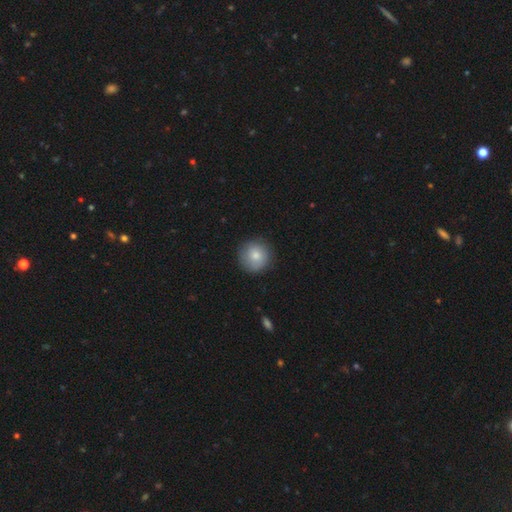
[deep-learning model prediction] A smooth galaxy with no disk features (80%) that is round (95%).

Vote fractions:
- Smooth or featured? smooth: 80% / featured or disk: 12% / star or artifact: 8%
- How rounded? round: 95% / in between: 4% / cigar-shaped: 1%
- Merging? none: 86% / minor disturbance: 11% / major disturbance: 3% / merger: 1%